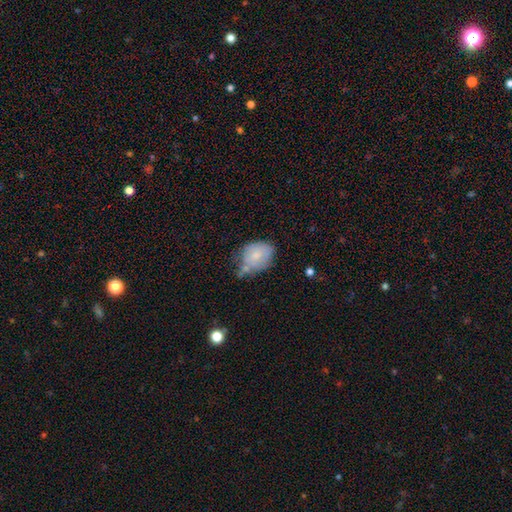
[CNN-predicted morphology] type=smooth (75%); roundness=in between (59%); merging=none (41%).